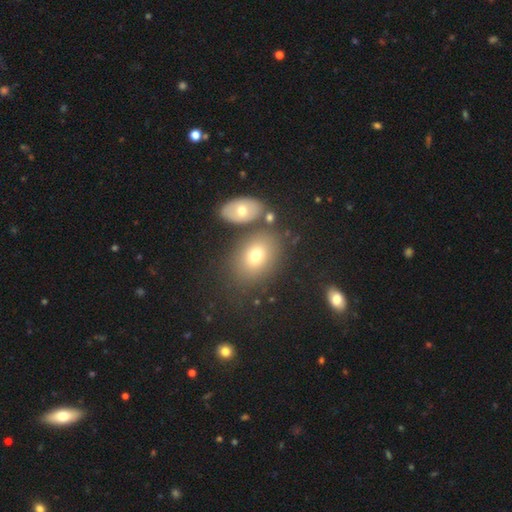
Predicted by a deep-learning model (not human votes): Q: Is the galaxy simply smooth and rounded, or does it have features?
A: smooth — 69%.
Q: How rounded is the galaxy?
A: in between — 66%.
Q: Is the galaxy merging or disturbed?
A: none — 70%.